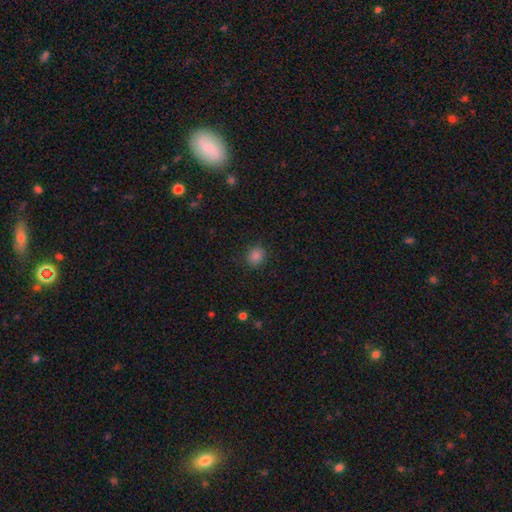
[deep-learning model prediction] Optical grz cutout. It shows a smooth galaxy with no disk features (84%) that is round (76%). Merging: none (88%).